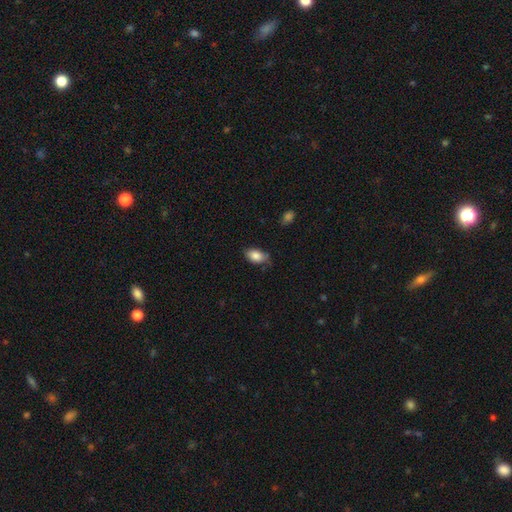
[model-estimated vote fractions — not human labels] Smooth or featured: smooth — 85% (featured or disk — 8%)
How rounded: in between — 90% (round — 8%)
Merging: none — 67% (minor disturbance — 27%)